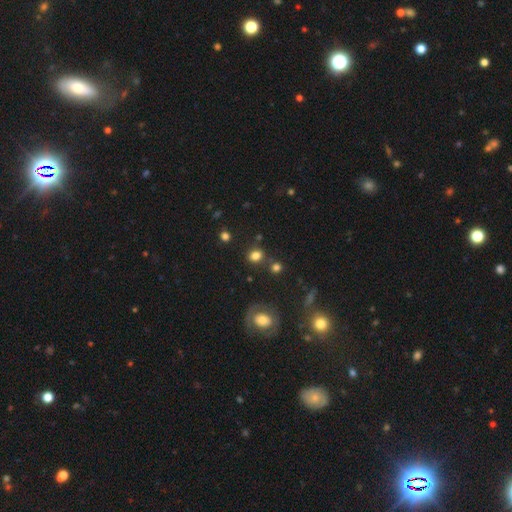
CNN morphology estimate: smooth_or_featured: smooth (p=0.79) [alt: star or artifact p=0.14]
how_rounded: round (p=0.63) [alt: in between p=0.36]
merging: none (p=0.74) [alt: minor disturbance p=0.11]